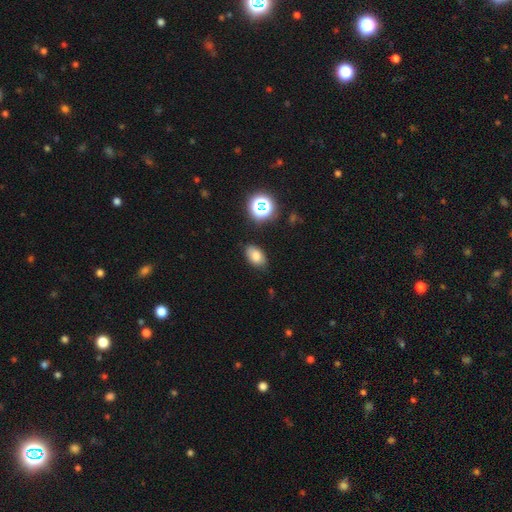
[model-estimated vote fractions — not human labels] A smooth galaxy with no disk features (78%) that is in between round and cigar-shaped (88%). Merging: none (81%).